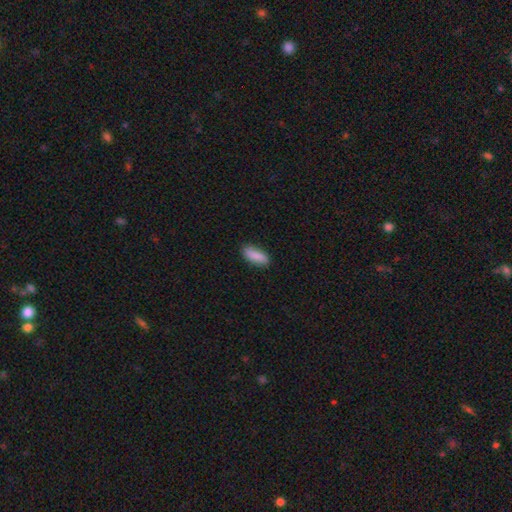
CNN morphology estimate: Overall: smooth (86%). How rounded: in between (71%). Merging: none (81%).